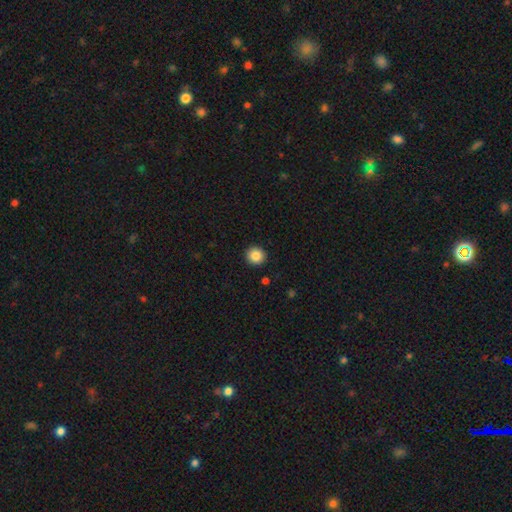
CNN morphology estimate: type=smooth (86%); roundness=round (94%); merging=none (93%).